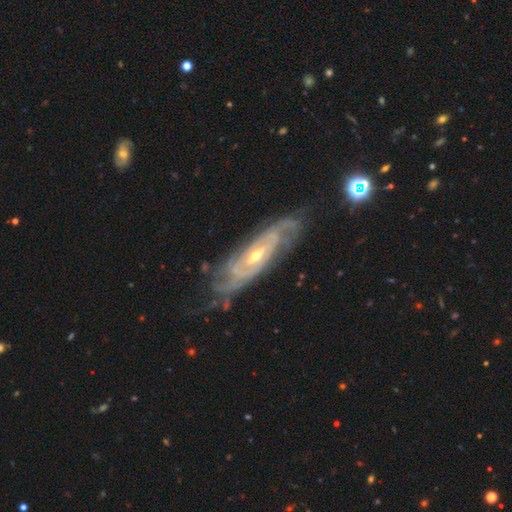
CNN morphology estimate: Q: Smooth or featured?
A: featured or disk (87%); runner-up: smooth (7%)
Q: Edge-on disk?
A: no (85%); runner-up: yes (15%)
Q: Bar?
A: no (58%); runner-up: weak (30%)
Q: Spiral arms?
A: yes (95%); runner-up: no (5%)
Q: Spiral winding?
A: tight (69%); runner-up: medium (25%)
Q: Spiral arm count?
A: can't tell (40%); runner-up: 2 (28%)
Q: Bulge size?
A: small (60%); runner-up: moderate (37%)
Q: Merging?
A: none (73%); runner-up: minor disturbance (19%)